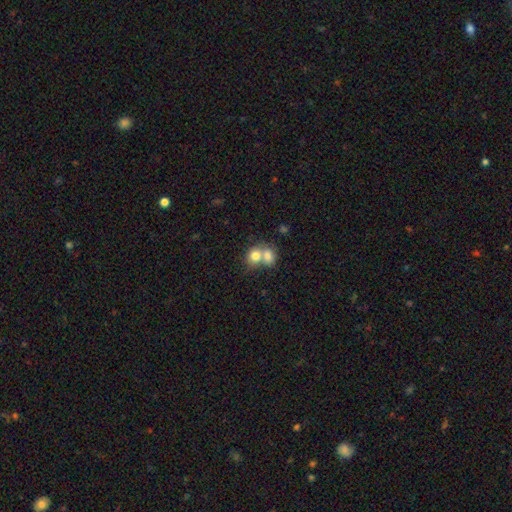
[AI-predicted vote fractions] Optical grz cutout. It shows a smooth galaxy with no disk features (75%) that is round (64%). Merging: merger (69%).